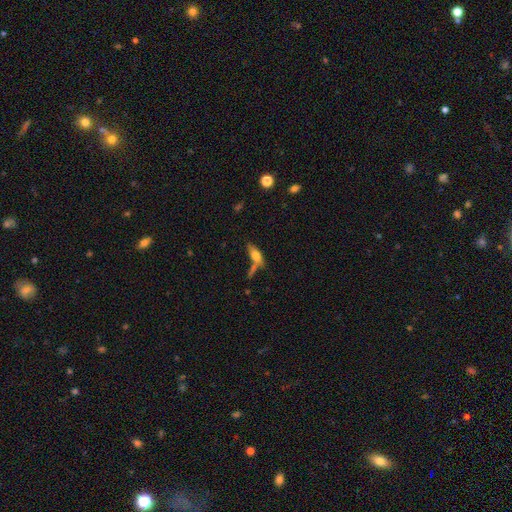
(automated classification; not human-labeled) Smooth or featured? smooth (59%)
How rounded? in between (59%)
Merging? none (46%)